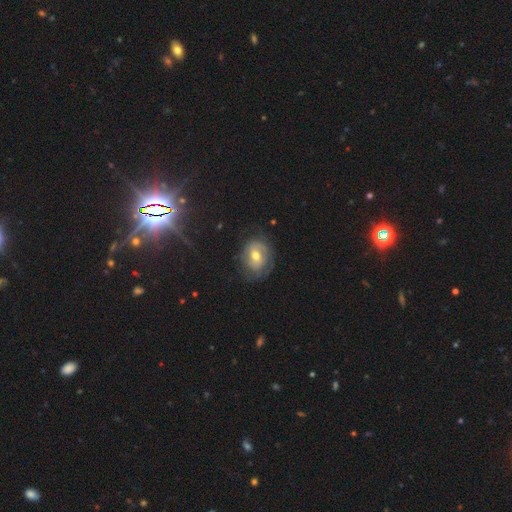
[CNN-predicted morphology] Overall: featured or disk (58%; smooth 33%). Edge-on disk: no (96%). Bar: no (49%; weak 39%). Spiral arms: yes (70%). Bulge size: moderate (70%). Merging: none (64%).